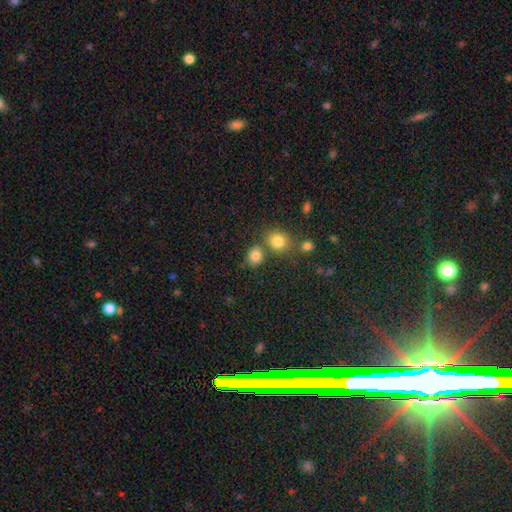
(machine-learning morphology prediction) This appears to be a smooth galaxy with no disk features (82%) that is round (66%). Merging: none (66%).